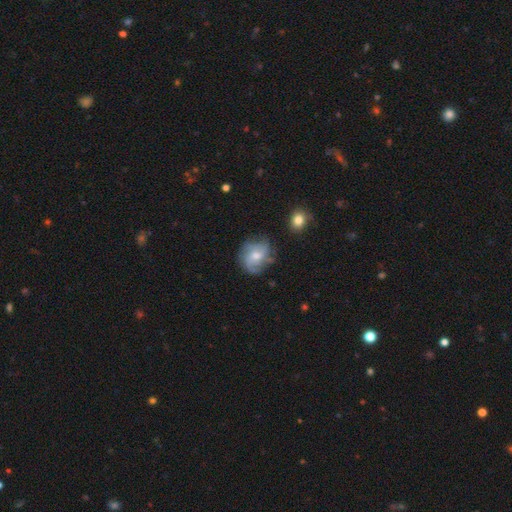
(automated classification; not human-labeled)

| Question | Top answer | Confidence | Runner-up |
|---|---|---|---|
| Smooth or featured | featured or disk | 64% | smooth (27%) |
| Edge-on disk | no | 97% | yes (3%) |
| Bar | no | 58% | weak (37%) |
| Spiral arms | yes | 86% | no (14%) |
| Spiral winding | medium | 42% | loose (32%) |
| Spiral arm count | can't tell | 30% | 3 (27%) |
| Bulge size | moderate | 53% | small (39%) |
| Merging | none | 65% | minor disturbance (22%) |